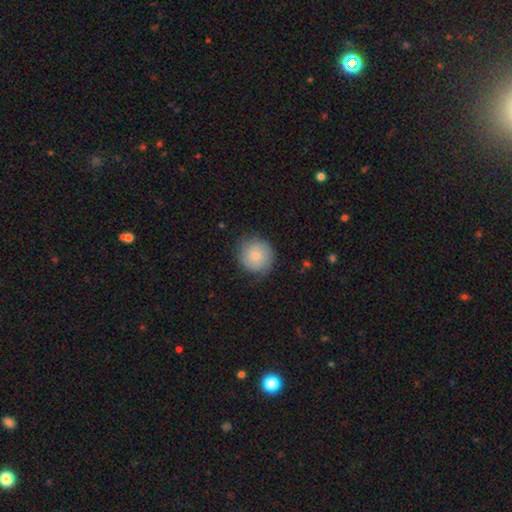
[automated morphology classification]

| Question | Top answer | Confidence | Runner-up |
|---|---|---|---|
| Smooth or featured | smooth | 74% | featured or disk (19%) |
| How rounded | round | 90% | in between (9%) |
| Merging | none | 78% | minor disturbance (17%) |